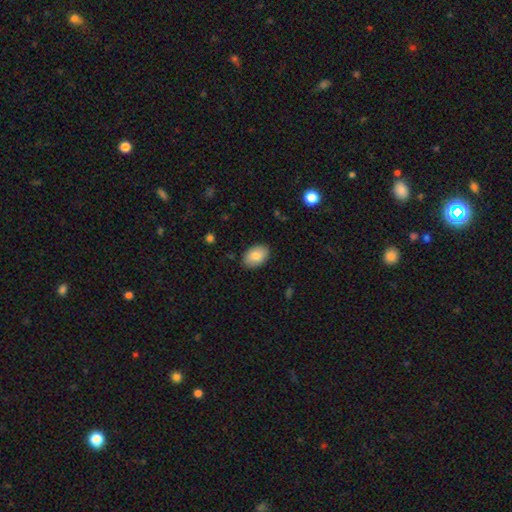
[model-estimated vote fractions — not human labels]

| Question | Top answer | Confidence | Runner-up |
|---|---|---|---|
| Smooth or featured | smooth | 82% | featured or disk (12%) |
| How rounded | in between | 87% | round (12%) |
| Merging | none | 87% | minor disturbance (10%) |